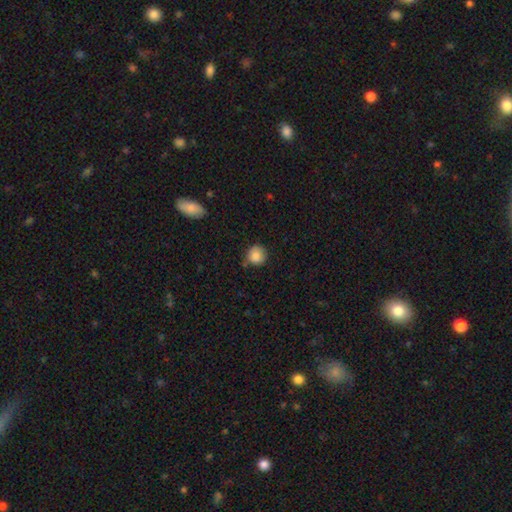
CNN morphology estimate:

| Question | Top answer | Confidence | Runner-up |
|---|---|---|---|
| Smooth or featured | smooth | 86% | star or artifact (9%) |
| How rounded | round | 91% | in between (8%) |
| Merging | none | 78% | minor disturbance (16%) |